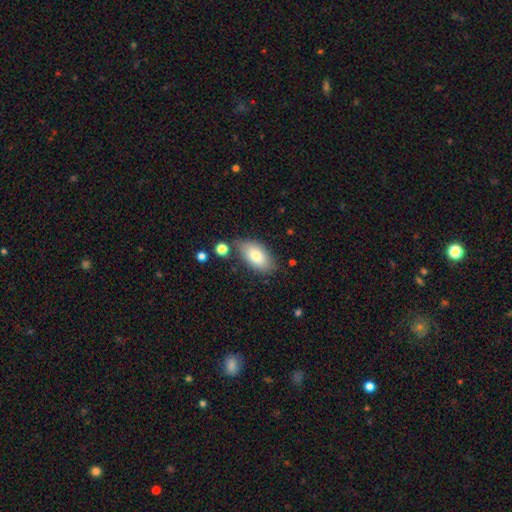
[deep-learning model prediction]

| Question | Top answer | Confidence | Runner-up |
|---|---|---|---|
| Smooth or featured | smooth | 78% | featured or disk (15%) |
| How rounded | in between | 93% | round (4%) |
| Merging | none | 74% | minor disturbance (17%) |